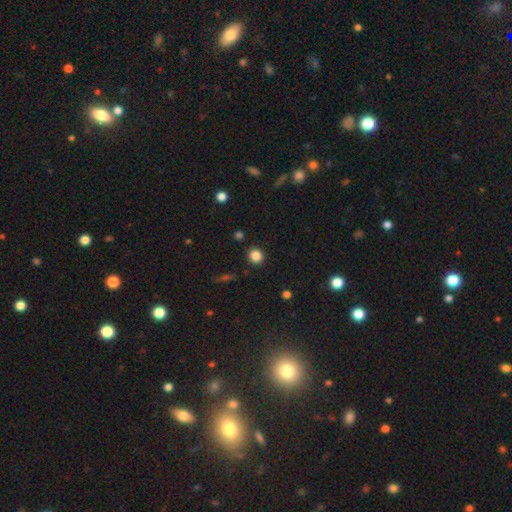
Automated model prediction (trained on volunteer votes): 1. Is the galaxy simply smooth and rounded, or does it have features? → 85% smooth, 11% star or artifact, 4% featured or disk.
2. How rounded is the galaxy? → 83% round, 16% in between, 1% cigar-shaped.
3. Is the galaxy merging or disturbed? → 90% none, 6% minor disturbance, 2% major disturbance, 2% merger.